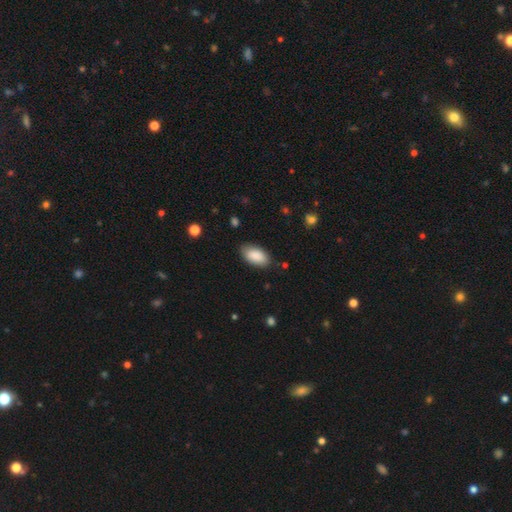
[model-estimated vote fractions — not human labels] smooth-or-featured: smooth: 89% | star or artifact: 6% | featured or disk: 5%
  how-rounded: in between: 94% | cigar-shaped: 3% | round: 3%
  merging: none: 84% | minor disturbance: 12% | major disturbance: 3% | merger: 1%